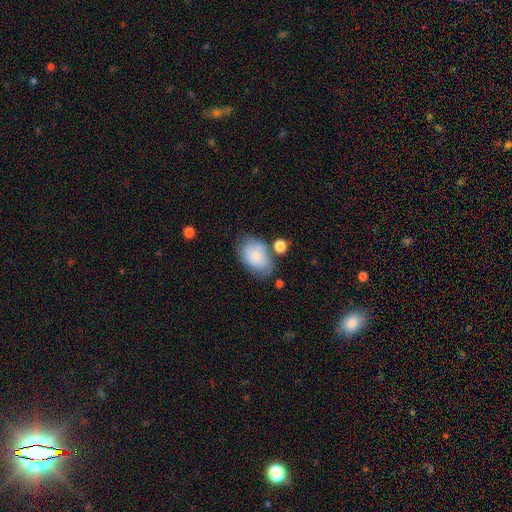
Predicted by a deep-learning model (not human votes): Smooth or featured?
  - smooth: 76% *
  - featured or disk: 17%
  - star or artifact: 7%
How rounded?
  - in between: 86% *
  - round: 13%
  - cigar-shaped: 1%
Merging?
  - none: 59% *
  - minor disturbance: 24%
  - merger: 10%
  - major disturbance: 7%